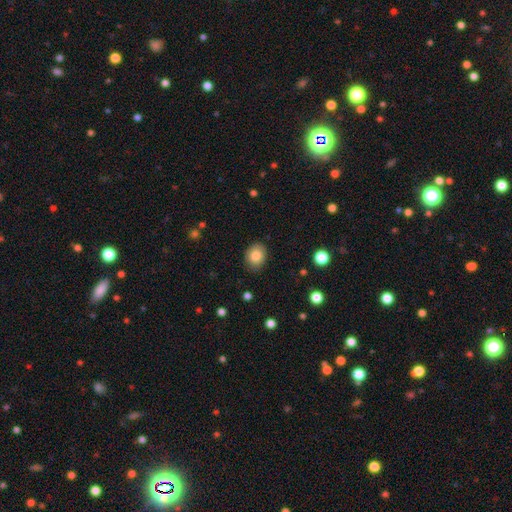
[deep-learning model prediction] smooth-or-featured: smooth: 83% | featured or disk: 9% | star or artifact: 8%
  how-rounded: in between: 54% | round: 45% | cigar-shaped: 1%
  merging: none: 85% | minor disturbance: 11% | major disturbance: 2% | merger: 1%